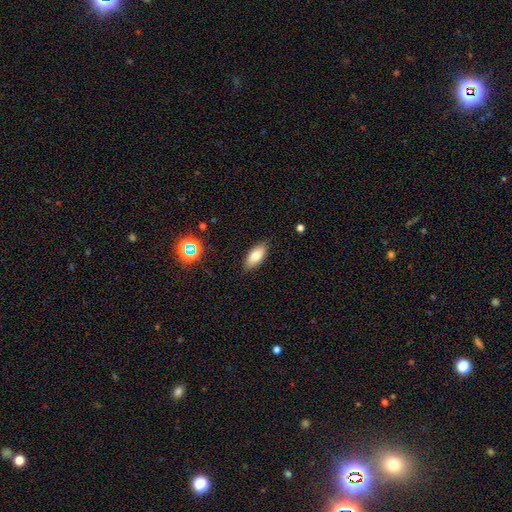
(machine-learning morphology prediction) Smooth or featured?
  - smooth: 78% *
  - featured or disk: 13%
  - star or artifact: 9%
How rounded?
  - in between: 86% *
  - cigar-shaped: 11%
  - round: 3%
Merging?
  - none: 85% *
  - minor disturbance: 11%
  - major disturbance: 2%
  - merger: 1%